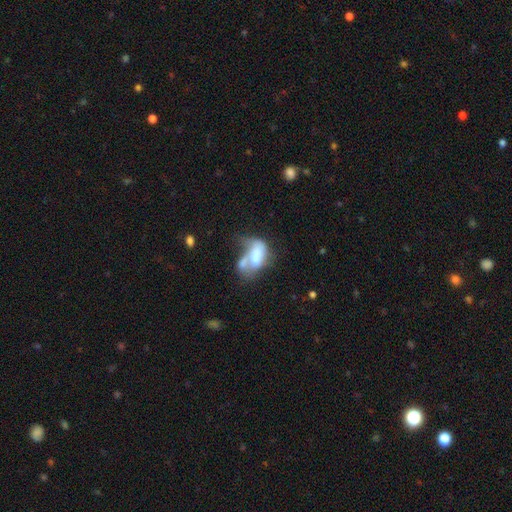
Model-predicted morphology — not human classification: Smooth or featured? Predicted: smooth (p=0.54). How rounded? Predicted: in between (p=0.88). Merging? Predicted: merger (p=0.54).